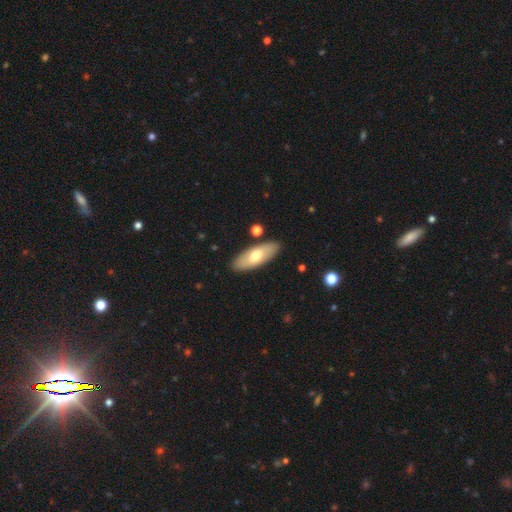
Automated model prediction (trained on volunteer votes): The model was most divided on "smooth or featured": smooth: 62%, featured or disk: 32%, star or artifact: 5%. More confident: merging — none (88%); how rounded — in between (75%).